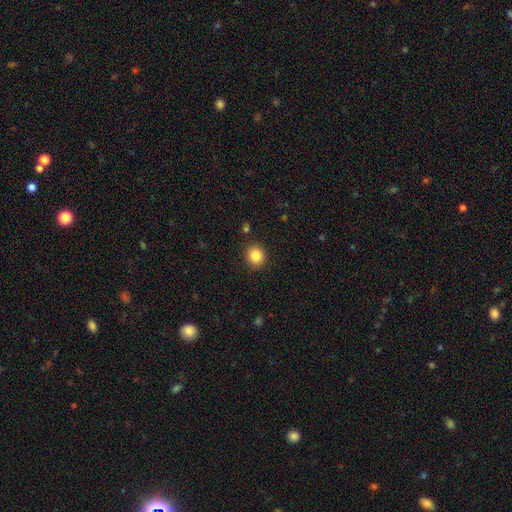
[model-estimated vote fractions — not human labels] Morphology: type=smooth (85%); roundness=round (83%); merging=none (90%).